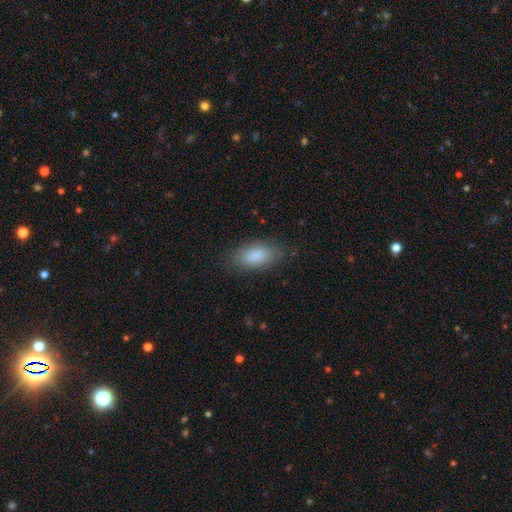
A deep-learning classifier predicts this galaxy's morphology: The model was most divided on "merging": none: 81%, minor disturbance: 14%, major disturbance: 4%, merger: 1%. More confident: how rounded — in between (90%); smooth or featured — smooth (87%).